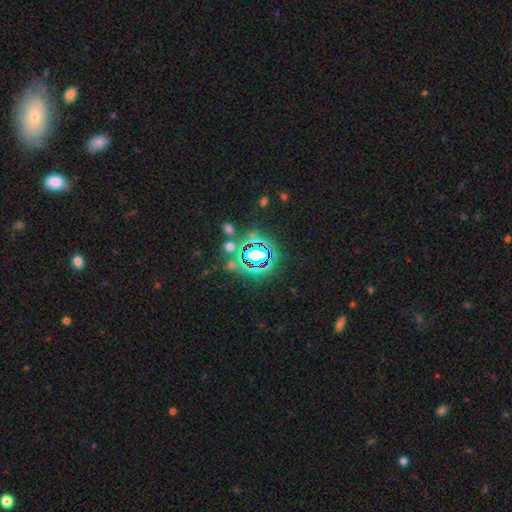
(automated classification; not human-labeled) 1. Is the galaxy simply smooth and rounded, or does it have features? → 73% star or artifact, 17% smooth, 11% featured or disk.